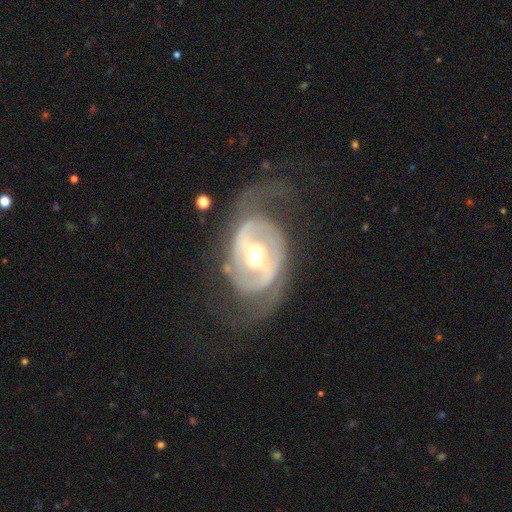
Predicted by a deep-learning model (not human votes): A featured or disk galaxy (83%) with a strong bar (42%), 2 (75%) medium (41%) spiral arms (76%) and a moderate central bulge (69%). Merging: none (60%).